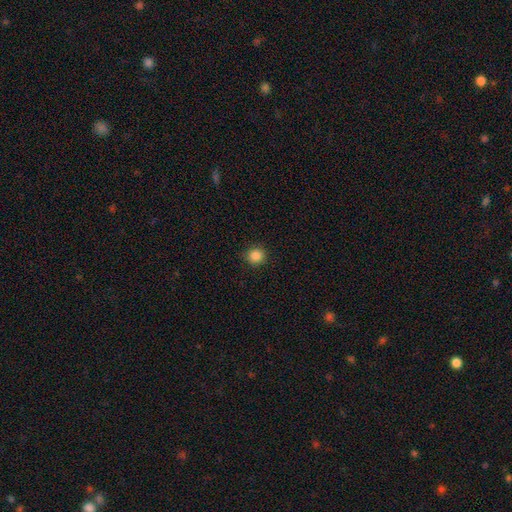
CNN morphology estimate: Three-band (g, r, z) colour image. It shows a smooth galaxy with no disk features (86%) that is round (94%). Merging: none (91%).